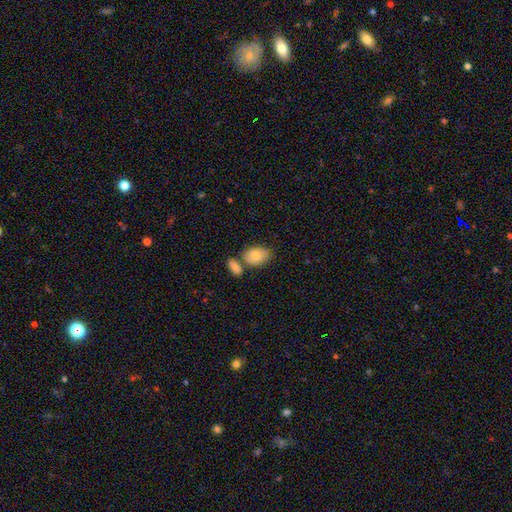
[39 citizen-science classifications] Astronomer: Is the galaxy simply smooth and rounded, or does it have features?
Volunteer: smooth — 79%.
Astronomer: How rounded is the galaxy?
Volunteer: in between — 90%.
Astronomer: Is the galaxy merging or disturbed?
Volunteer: none — 53% (runner-up: merger, 37%).